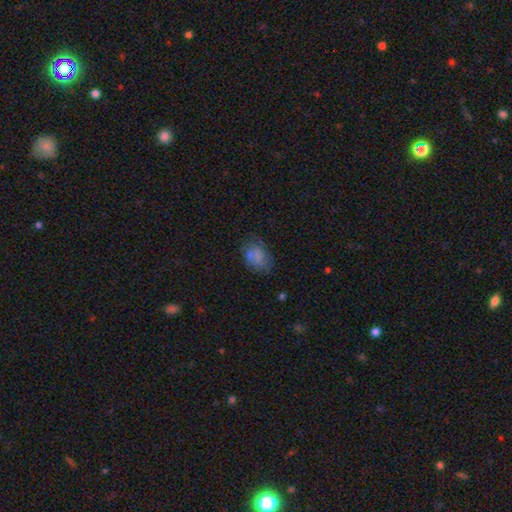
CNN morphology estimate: A smooth galaxy with no disk features (71%) that is in between round and cigar-shaped (76%).

Vote fractions:
- Smooth or featured? smooth: 71% / featured or disk: 18% / star or artifact: 11%
- How rounded? in between: 76% / round: 23% / cigar-shaped: 1%
- Merging? none: 56% / minor disturbance: 24% / major disturbance: 12% / merger: 7%